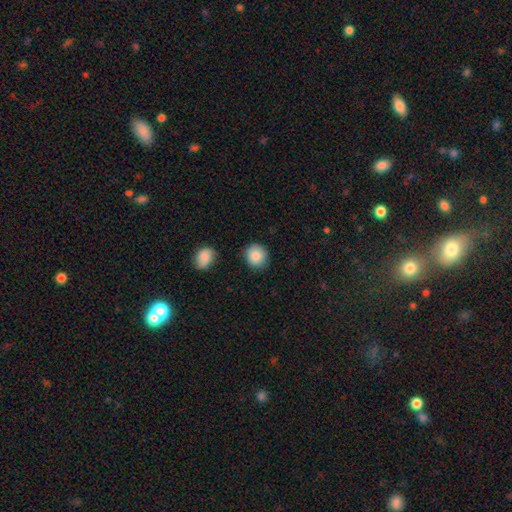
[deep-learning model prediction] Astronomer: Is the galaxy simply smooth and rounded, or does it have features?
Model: smooth — 87%.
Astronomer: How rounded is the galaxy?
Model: round — 84%.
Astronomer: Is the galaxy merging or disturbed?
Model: none — 84%.